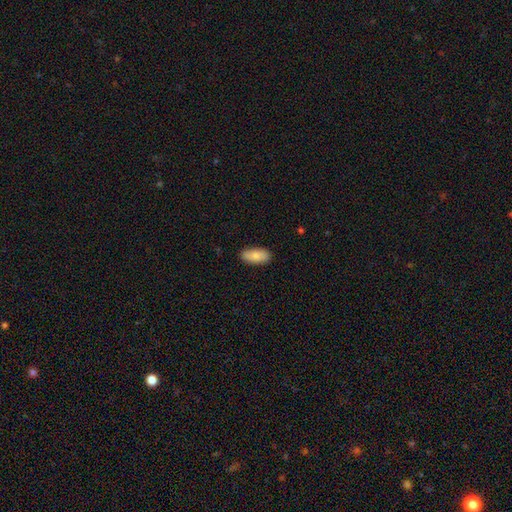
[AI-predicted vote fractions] Morphology: type=smooth (82%); roundness=in between (88%); merging=none (87%).